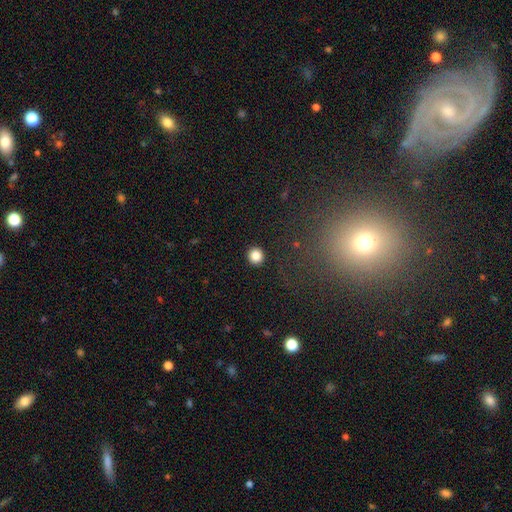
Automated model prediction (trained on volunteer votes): Smooth or featured: smooth — 85% (star or artifact — 11%)
How rounded: round — 94% (in between — 5%)
Merging: none — 92% (minor disturbance — 5%)